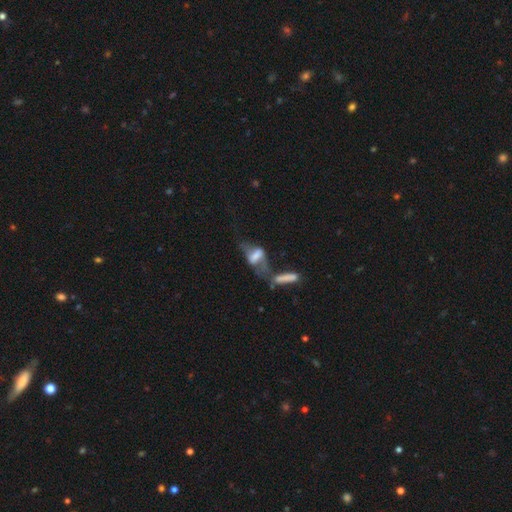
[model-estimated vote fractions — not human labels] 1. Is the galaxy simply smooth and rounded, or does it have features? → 49% featured or disk, 40% smooth, 11% star or artifact.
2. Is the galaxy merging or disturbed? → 42% merger, 30% major disturbance, 17% none, 11% minor disturbance.